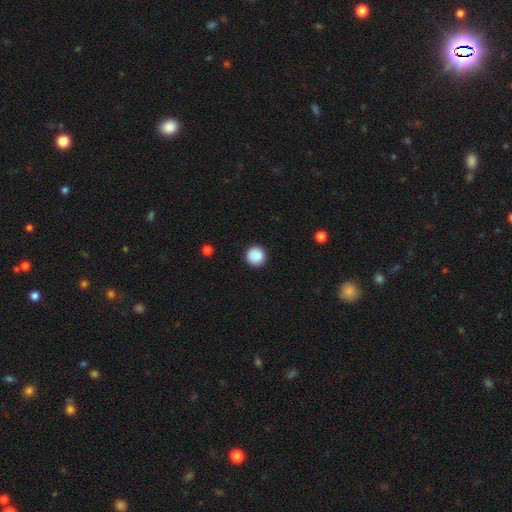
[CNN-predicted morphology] Q: Smooth or featured?
A: smooth (86%); runner-up: star or artifact (9%)
Q: How rounded?
A: round (95%); runner-up: in between (4%)
Q: Merging?
A: none (89%); runner-up: minor disturbance (8%)